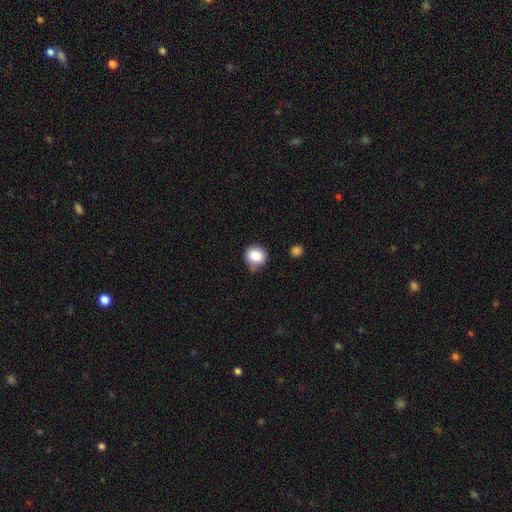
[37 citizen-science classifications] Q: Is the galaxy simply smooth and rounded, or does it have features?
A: smooth — 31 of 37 (84%).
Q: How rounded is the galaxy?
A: round — 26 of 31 (84%).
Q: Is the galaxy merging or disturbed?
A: none — 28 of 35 (80%).